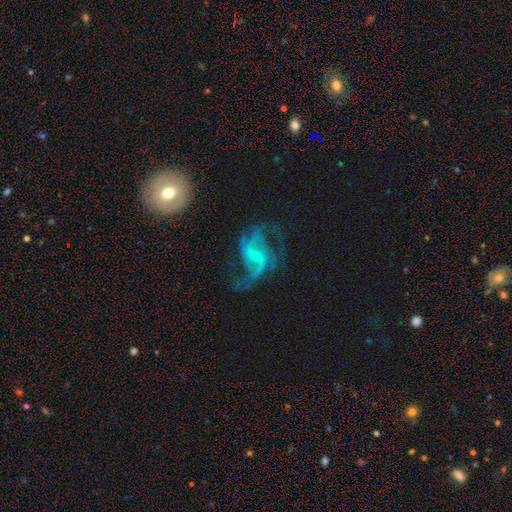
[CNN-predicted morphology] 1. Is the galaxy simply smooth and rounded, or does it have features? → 87% featured or disk, 7% star or artifact, 6% smooth.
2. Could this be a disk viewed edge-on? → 98% no, 2% yes.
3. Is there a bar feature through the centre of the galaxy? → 47% weak, 36% no, 17% strong.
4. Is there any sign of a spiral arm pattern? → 95% yes, 5% no.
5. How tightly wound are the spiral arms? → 55% loose, 37% medium, 8% tight.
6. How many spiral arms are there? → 61% 2, 15% 3, 10% can't tell, 6% 1, 5% 4, 4% more than 4.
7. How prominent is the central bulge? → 74% small, 16% moderate, 8% none, 1% large, 1% dominant.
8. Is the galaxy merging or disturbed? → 52% none, 28% major disturbance, 17% minor disturbance, 3% merger.